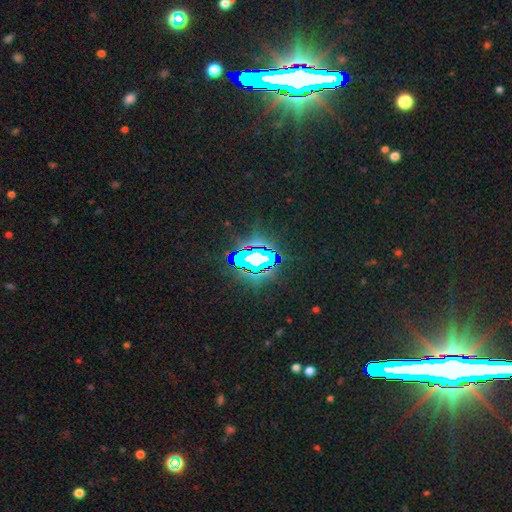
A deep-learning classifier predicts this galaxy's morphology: smooth-or-featured: star or artifact: 76% | smooth: 13% | featured or disk: 12%